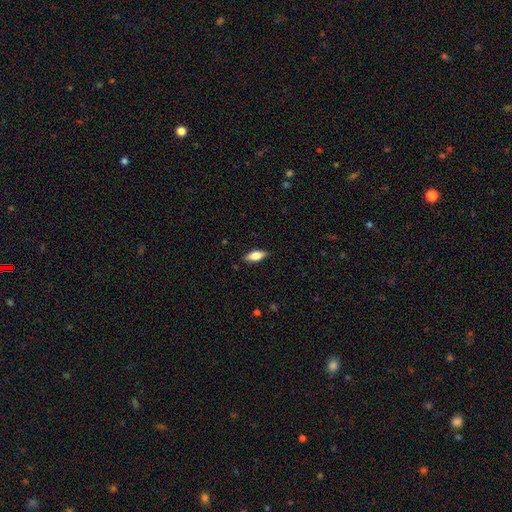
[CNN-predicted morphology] The model was most divided on "smooth or featured": smooth: 73%, featured or disk: 21%, star or artifact: 7%. More confident: merging — none (87%); how rounded — in between (76%).